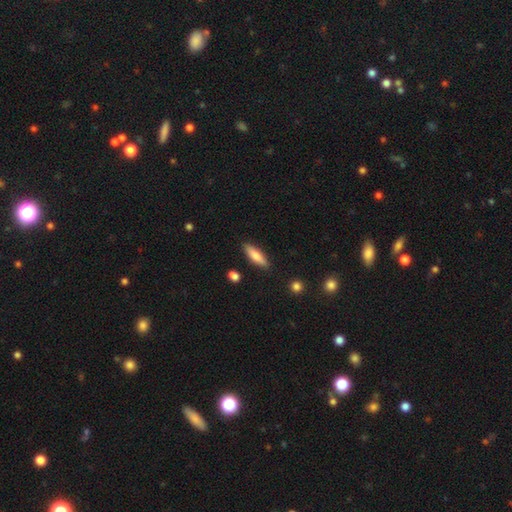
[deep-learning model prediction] This appears to be a smooth galaxy with no disk features (72%) that is cigar-shaped (63%). Merging: none (87%).